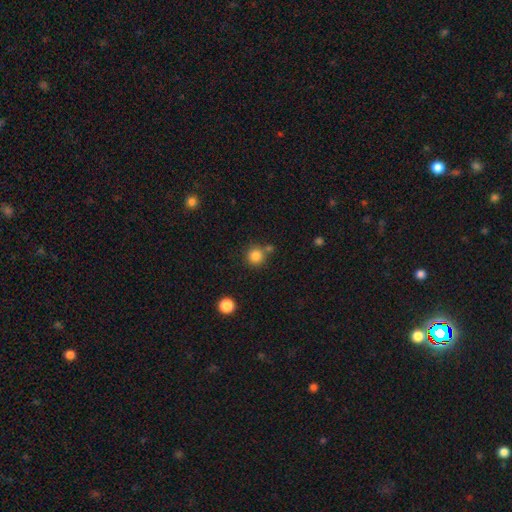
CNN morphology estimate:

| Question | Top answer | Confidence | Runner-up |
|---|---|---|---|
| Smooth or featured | smooth | 84% | star or artifact (11%) |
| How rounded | round | 93% | in between (6%) |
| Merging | none | 71% | merger (16%) |